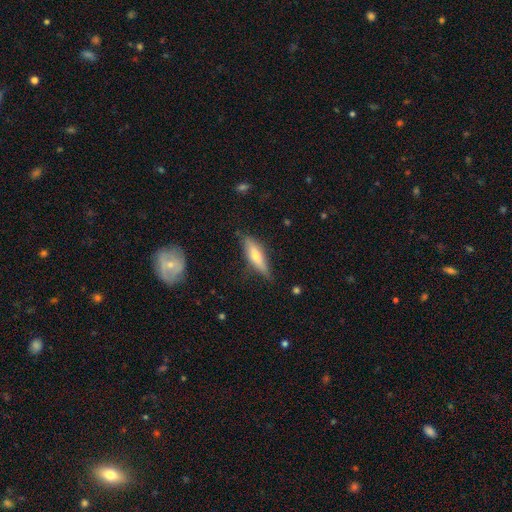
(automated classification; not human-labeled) Morphology: type=smooth (48%); merging=none (79%).